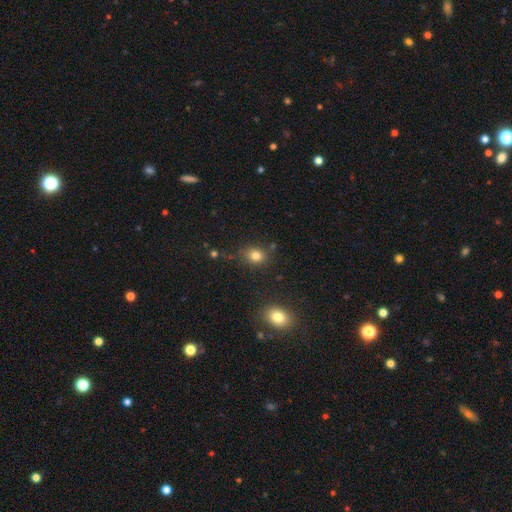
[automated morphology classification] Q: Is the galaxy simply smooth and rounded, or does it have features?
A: smooth — 80%.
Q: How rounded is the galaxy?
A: round — 58%.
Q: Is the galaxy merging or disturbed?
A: none — 78%.